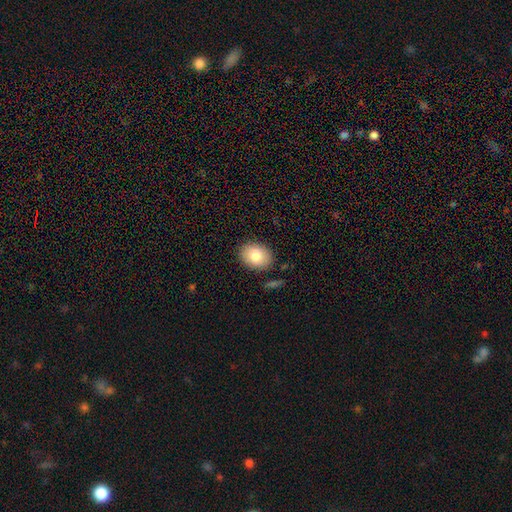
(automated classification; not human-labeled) Smooth or featured?
  - smooth: 82% *
  - featured or disk: 11%
  - star or artifact: 7%
How rounded?
  - in between: 66% *
  - round: 33%
  - cigar-shaped: 1%
Merging?
  - none: 87% *
  - minor disturbance: 9%
  - major disturbance: 2%
  - merger: 2%